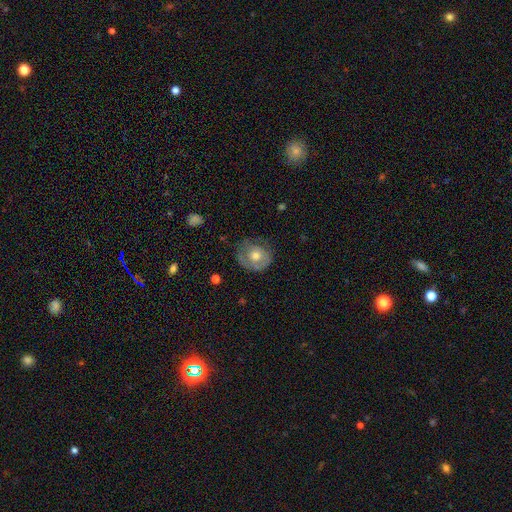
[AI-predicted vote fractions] smooth 51%, featured or disk 42%, star or artifact 7%. Down the decision tree: how rounded — round (76%); merging — none (62%).